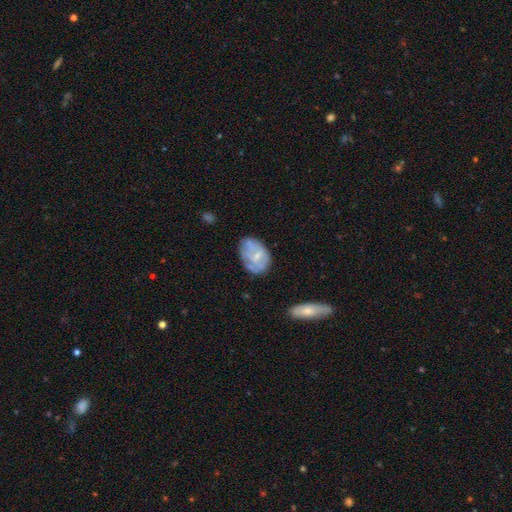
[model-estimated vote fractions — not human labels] Smooth or featured? featured or disk (50%)
Merging? none (54%)